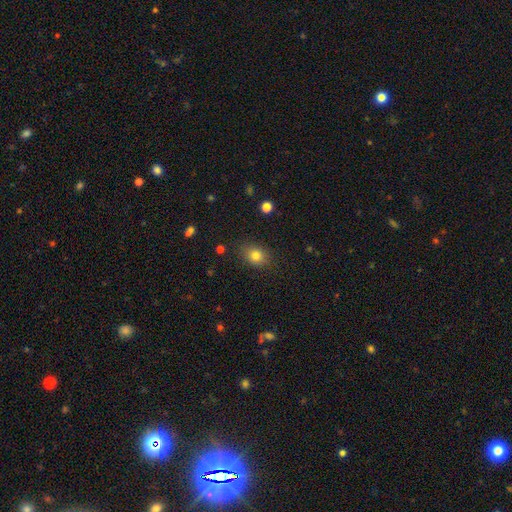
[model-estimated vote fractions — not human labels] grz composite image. It shows a smooth galaxy with no disk features (80%) that is round (51%). Merging: none (82%).